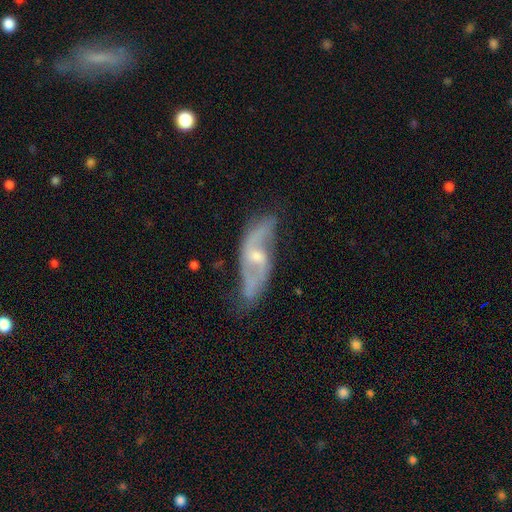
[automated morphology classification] smooth-or-featured: featured or disk: 79% | smooth: 15% | star or artifact: 6%
  disk-edge-on: no: 89% | yes: 11%
    bar: weak: 46% | no: 43% | strong: 11%
    has-spiral-arms: yes: 89% | no: 11%
      spiral-winding: loose: 56% | medium: 33% | tight: 11%
      spiral-arm-count: 2: 85% | can't tell: 9% | 1: 3% | 3: 2% | 4: 1% | more than 4: 1%
    bulge-size: moderate: 47% | small: 46% | none: 4% | large: 2% | dominant: 1%
  merging: none: 59% | minor disturbance: 26% | major disturbance: 12% | merger: 3%